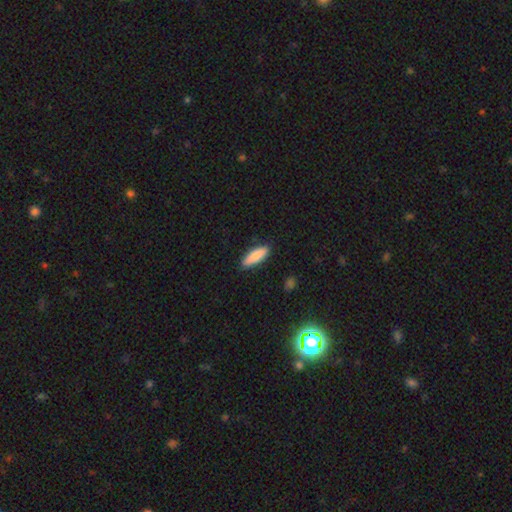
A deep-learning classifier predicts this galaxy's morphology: Smooth or featured: smooth — 85% (featured or disk — 10%)
How rounded: in between — 51% (cigar-shaped — 47%)
Merging: none — 86% (minor disturbance — 10%)